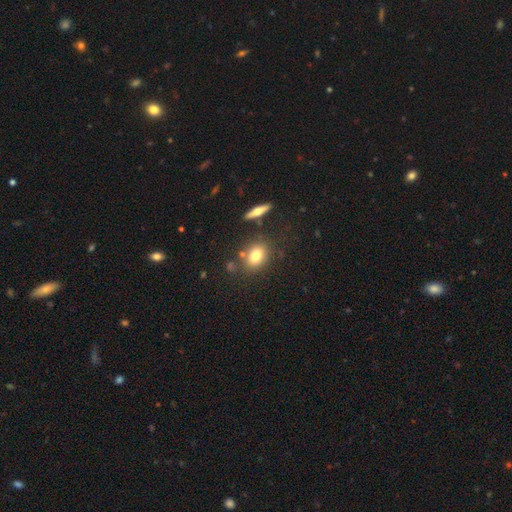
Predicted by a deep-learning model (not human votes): The model was most divided on "how rounded": in between: 65%, round: 33%, cigar-shaped: 2%. More confident: smooth or featured — smooth (76%); merging — none (74%).